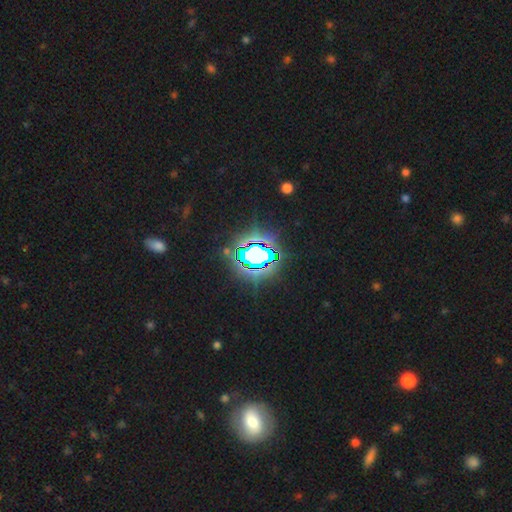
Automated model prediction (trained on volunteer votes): Smooth or featured? Predicted: star or artifact (p=0.73).